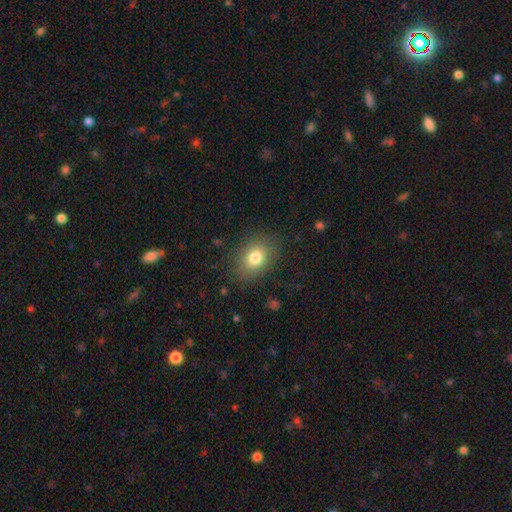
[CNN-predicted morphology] Smooth or featured?
  - smooth: 72% *
  - star or artifact: 20%
  - featured or disk: 8%
How rounded?
  - in between: 55% *
  - round: 44%
  - cigar-shaped: 1%
Merging?
  - none: 89% *
  - minor disturbance: 8%
  - major disturbance: 2%
  - merger: 1%